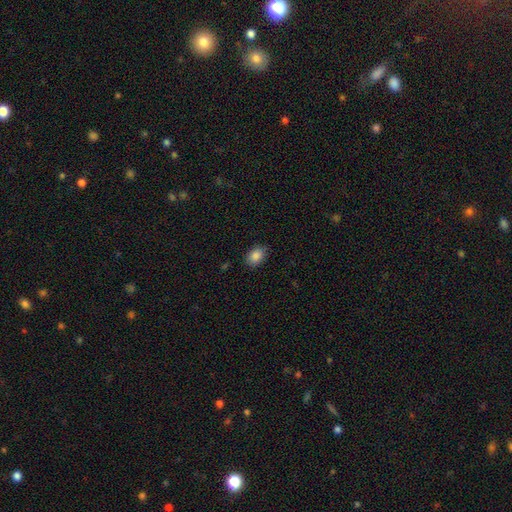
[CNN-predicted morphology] This appears to be a smooth galaxy with no disk features (87%) that is in between round and cigar-shaped (78%). Merging: none (86%).